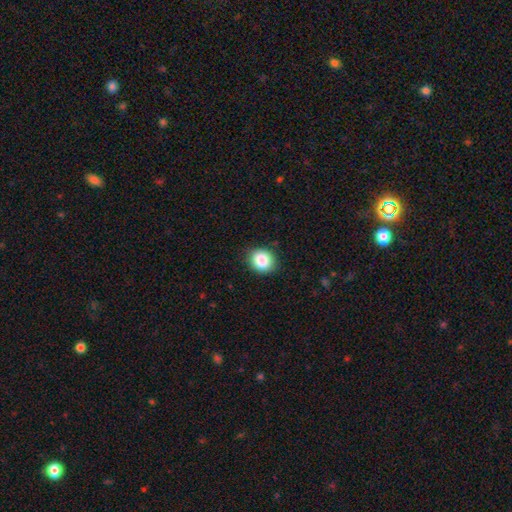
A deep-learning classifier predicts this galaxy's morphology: smooth 85%, star or artifact 11%, featured or disk 4%. Down the decision tree: how rounded — round (70%); merging — none (90%).